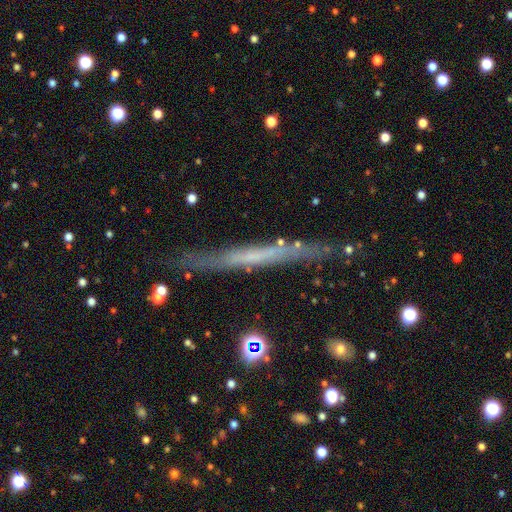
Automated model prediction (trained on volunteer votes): smooth_or_featured: featured or disk (p=0.55) [alt: smooth p=0.35]
disk_edge_on: yes (p=0.92) [alt: no p=0.08]
edge_on_bulge: none (p=0.84) [alt: rounded p=0.09]
merging: none (p=0.81) [alt: minor disturbance p=0.14]